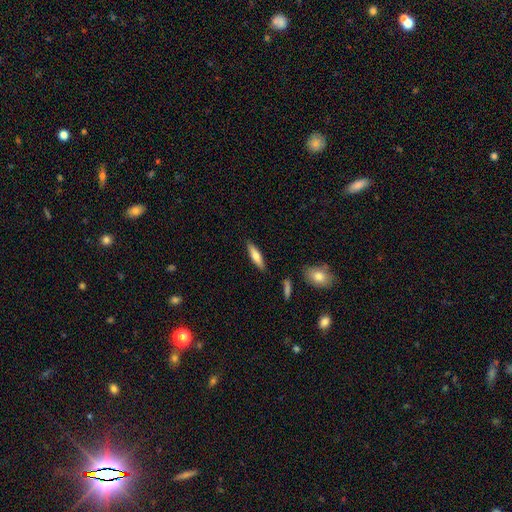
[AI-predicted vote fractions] Smooth or featured?
  - smooth: 67% *
  - featured or disk: 27%
  - star or artifact: 6%
How rounded?
  - cigar-shaped: 66% *
  - in between: 32%
  - round: 2%
Merging?
  - none: 86% *
  - minor disturbance: 10%
  - merger: 2%
  - major disturbance: 2%